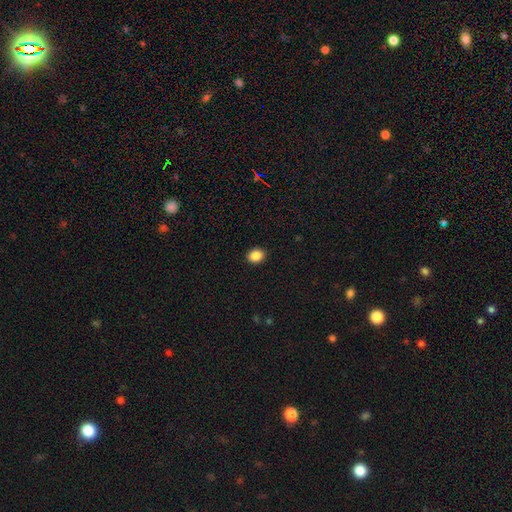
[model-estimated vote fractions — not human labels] A smooth galaxy with no disk features (88%) that is round (50%).

Vote fractions:
- Smooth or featured? smooth: 88% / star or artifact: 9% / featured or disk: 3%
- How rounded? round: 50% / in between: 49% / cigar-shaped: 1%
- Merging? none: 91% / minor disturbance: 6% / major disturbance: 2% / merger: 1%